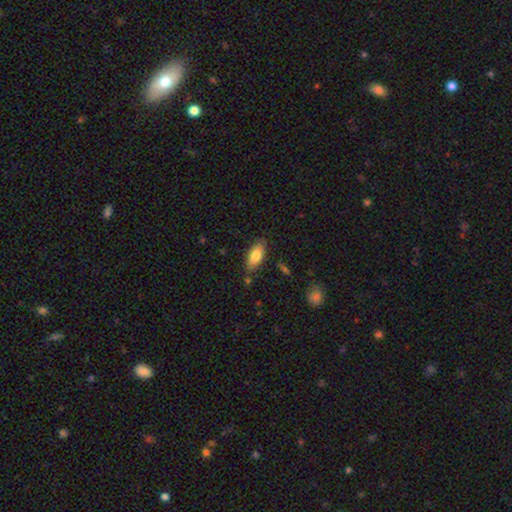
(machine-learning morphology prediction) This is clearly a smooth galaxy (80%). How rounded: clearly in between (87%). Merging: likely none (77%).